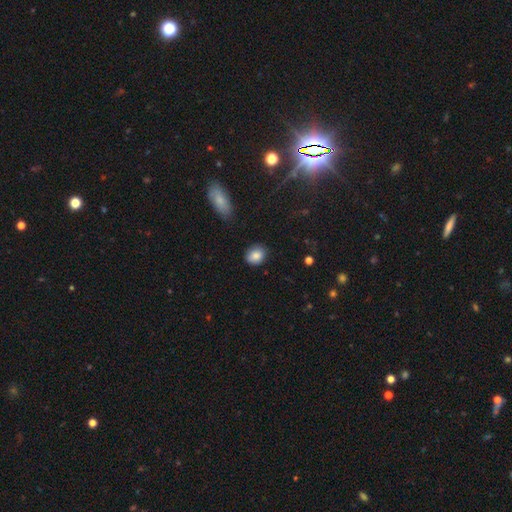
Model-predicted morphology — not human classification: This appears to be a smooth galaxy with no disk features (86%) that is round (51%). Merging: none (82%).